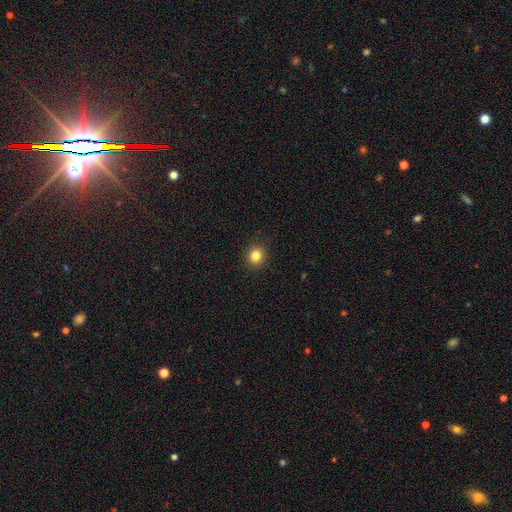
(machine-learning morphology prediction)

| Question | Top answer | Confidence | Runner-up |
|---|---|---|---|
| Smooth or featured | smooth | 83% | star or artifact (12%) |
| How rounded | round | 84% | in between (15%) |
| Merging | none | 92% | minor disturbance (6%) |